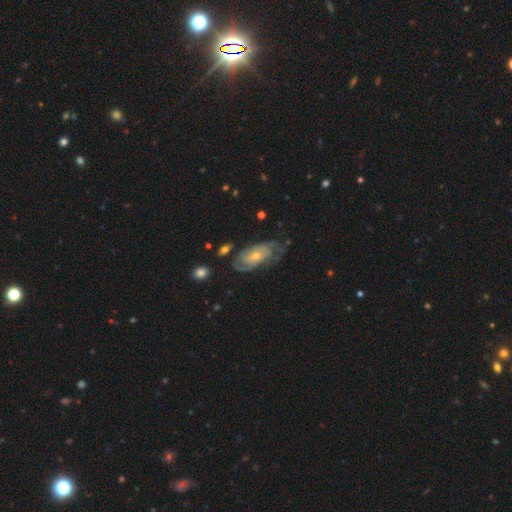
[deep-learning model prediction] Smooth or featured?
  - featured or disk: 78% *
  - smooth: 16%
  - star or artifact: 6%
Edge-on disk?
  - no: 94% *
  - yes: 6%
Bar?
  - no: 70% *
  - weak: 25%
  - strong: 5%
Spiral arms?
  - yes: 91% *
  - no: 9%
Spiral winding?
  - tight: 59% *
  - medium: 31%
  - loose: 10%
Spiral arm count?
  - can't tell: 39% *
  - 2: 34%
  - 3: 13%
  - 4: 6%
  - 1: 4%
  - more than 4: 4%
Bulge size?
  - small: 63% *
  - moderate: 33%
  - large: 2%
  - none: 2%
  - dominant: 1%
Merging?
  - none: 62% *
  - minor disturbance: 22%
  - major disturbance: 12%
  - merger: 3%